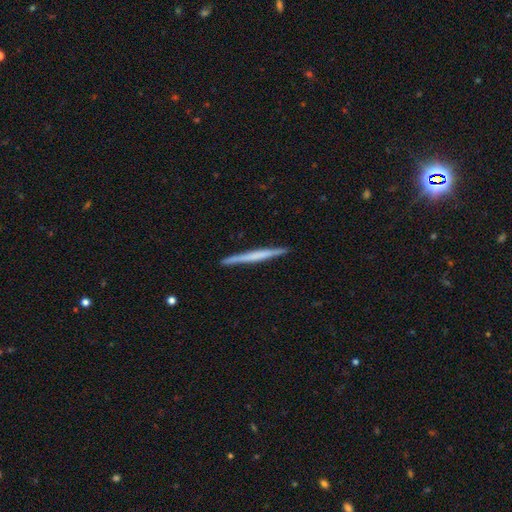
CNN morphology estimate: smooth_or_featured: featured or disk (p=0.52) [alt: smooth p=0.43]
disk_edge_on: yes (p=0.98) [alt: no p=0.02]
edge_on_bulge: none (p=0.76) [alt: rounded p=0.14]
merging: none (p=0.91) [alt: minor disturbance p=0.06]